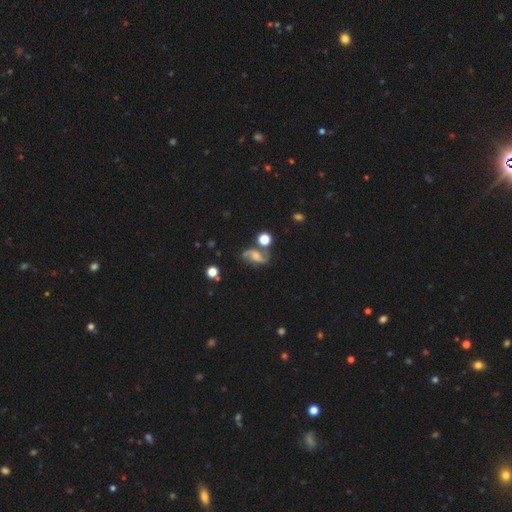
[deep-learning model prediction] The model was most divided on "bulge size": small: 42%, moderate: 38%, none: 13%, large: 6%, dominant: 2%. Remaining: edge-on disk — no (97%); spiral arms — yes (96%); spiral arm count — 2 (93%); smooth or featured — featured or disk (82%); merging — none (69%); spiral winding — loose (58%); bar — no (48%).